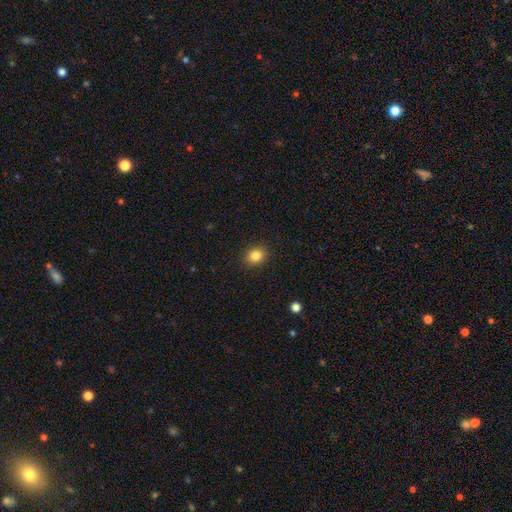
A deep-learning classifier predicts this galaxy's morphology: Smooth or featured? smooth (83%)
How rounded? round (64%)
Merging? none (90%)